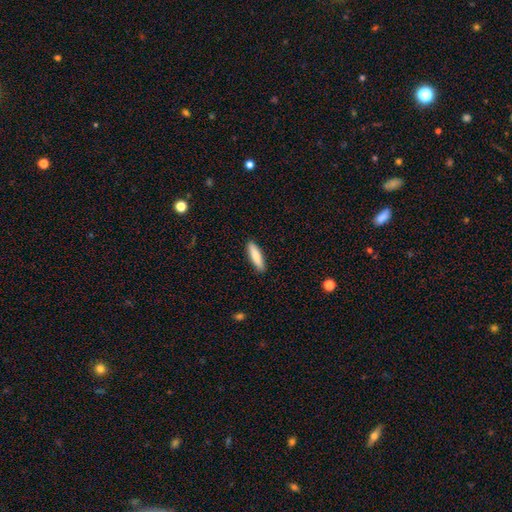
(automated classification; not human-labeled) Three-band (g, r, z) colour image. It shows a smooth galaxy with no disk features (80%) that is cigar-shaped (75%). Merging: none (90%).